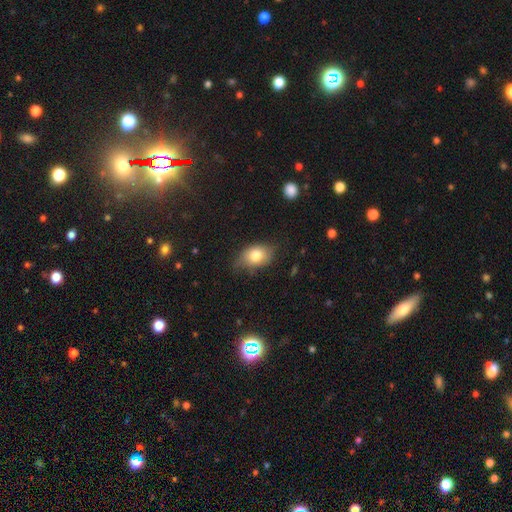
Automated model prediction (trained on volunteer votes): smooth_or_featured: smooth (p=0.77) [alt: featured or disk p=0.14]
how_rounded: in between (p=0.79) [alt: round p=0.20]
merging: none (p=0.60) [alt: minor disturbance p=0.31]